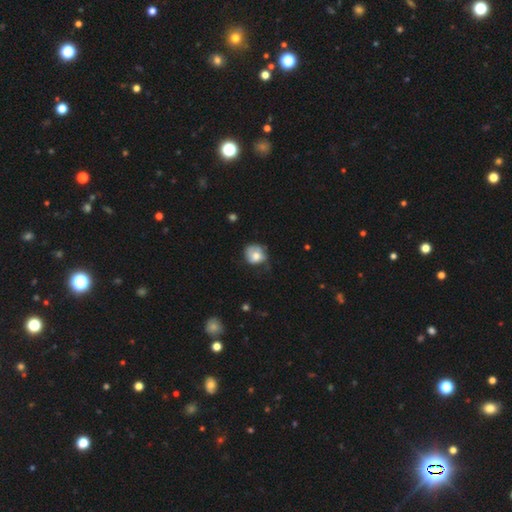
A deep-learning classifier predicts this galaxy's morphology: Smooth or featured?
  - smooth: 65% *
  - featured or disk: 27%
  - star or artifact: 8%
How rounded?
  - round: 67% *
  - in between: 32%
  - cigar-shaped: 1%
Merging?
  - none: 39% *
  - minor disturbance: 37%
  - major disturbance: 22%
  - merger: 3%